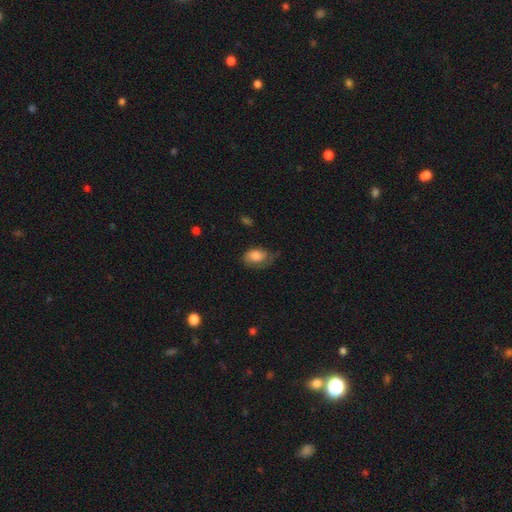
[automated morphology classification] type=smooth (74%); roundness=in between (86%); merging=none (41%).